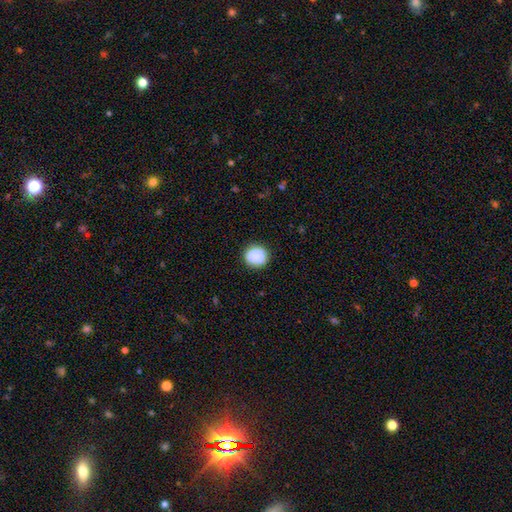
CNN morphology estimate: A smooth galaxy with no disk features (80%) that is round (84%).

Vote fractions:
- Smooth or featured? smooth: 80% / featured or disk: 12% / star or artifact: 8%
- How rounded? round: 84% / in between: 15% / cigar-shaped: 1%
- Merging? none: 86% / minor disturbance: 10% / major disturbance: 3% / merger: 1%